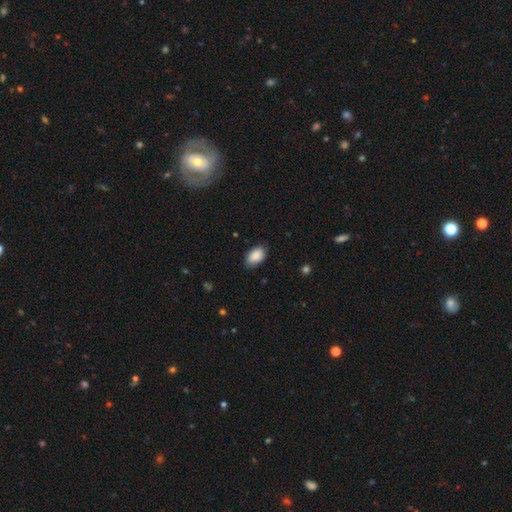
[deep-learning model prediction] smooth-or-featured: smooth: 89% | star or artifact: 6% | featured or disk: 4%
  how-rounded: in between: 92% | round: 7% | cigar-shaped: 1%
  merging: none: 80% | minor disturbance: 16% | major disturbance: 3% | merger: 1%